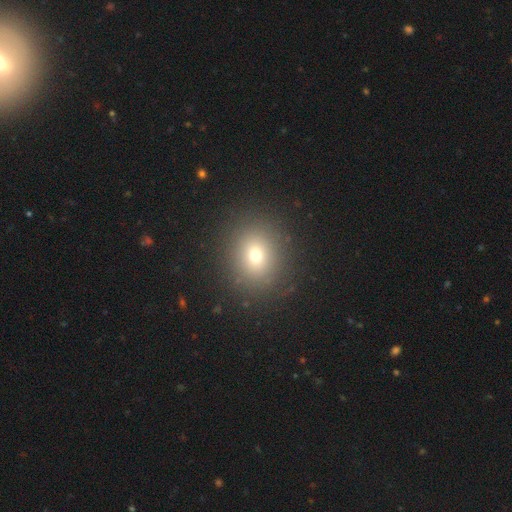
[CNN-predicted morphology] A smooth galaxy with no disk features (70%) that is round (72%). Merging: none (90%).